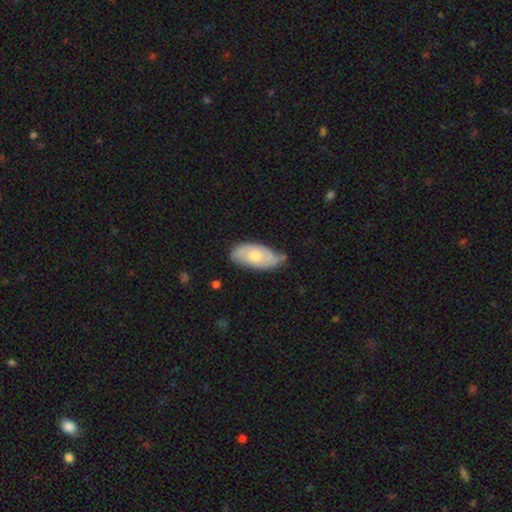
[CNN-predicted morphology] A smooth galaxy with no disk features (47%, tied with featured or disk).

Vote fractions:
- Smooth or featured? smooth: 47% (tied) / featured or disk: 47% (tied) / star or artifact: 6%
- Merging? none: 53% / minor disturbance: 35% / major disturbance: 8% / merger: 4%